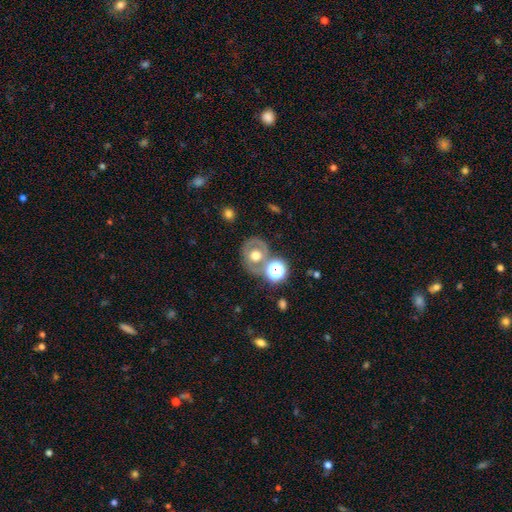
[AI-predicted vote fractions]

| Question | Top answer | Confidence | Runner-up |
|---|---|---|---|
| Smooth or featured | featured or disk | 45% | smooth (42%) |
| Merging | none | 61% | merger (18%) |